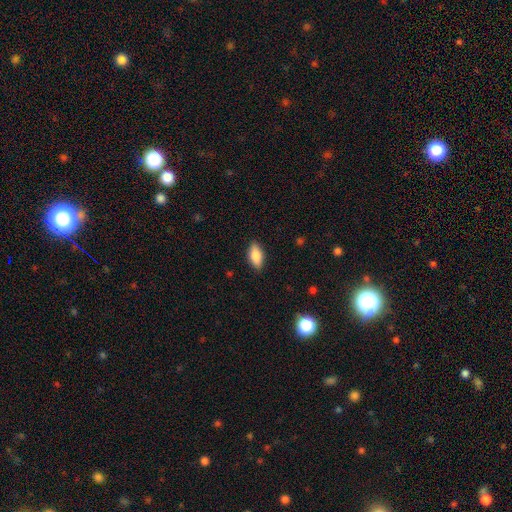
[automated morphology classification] This appears to be a smooth galaxy with no disk features (83%) that is in between round and cigar-shaped (88%). Merging: none (87%).